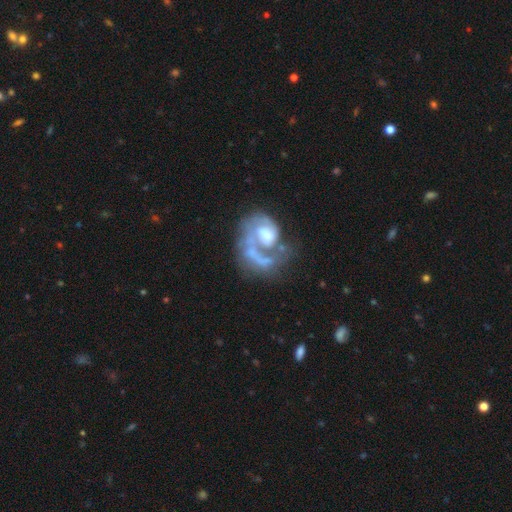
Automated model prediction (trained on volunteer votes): A featured or disk galaxy (75%) with no bar (67%), 1 (80%) loose (36%) spiral arms (72%) and a moderate central bulge (43%). Merging: major disturbance (39%).